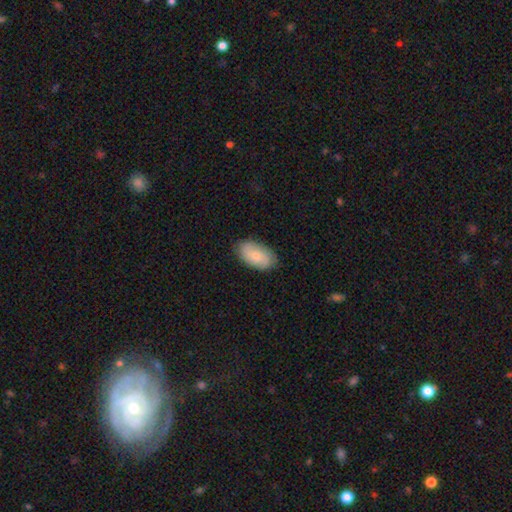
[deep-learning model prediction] smooth_or_featured: smooth (p=0.75) [alt: featured or disk p=0.19]
how_rounded: in between (p=0.94) [alt: round p=0.04]
merging: none (p=0.82) [alt: minor disturbance p=0.14]